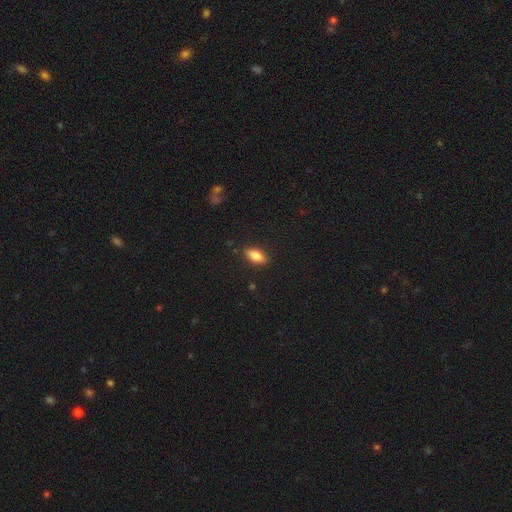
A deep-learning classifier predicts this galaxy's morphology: This appears to be a smooth galaxy with no disk features (81%) that is in between round and cigar-shaped (85%). Merging: none (87%).